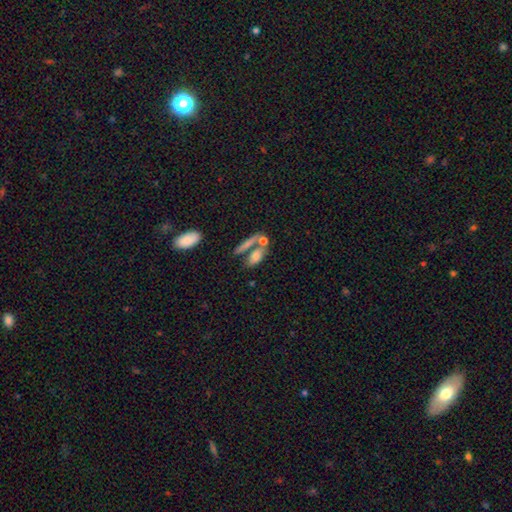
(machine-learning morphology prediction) A smooth galaxy with no disk features (70%) that is in between round and cigar-shaped (65%).

Vote fractions:
- Smooth or featured? smooth: 70% / featured or disk: 21% / star or artifact: 9%
- How rounded? in between: 65% / cigar-shaped: 28% / round: 7%
- Merging? none: 41% / merger: 39% / minor disturbance: 12% / major disturbance: 8%